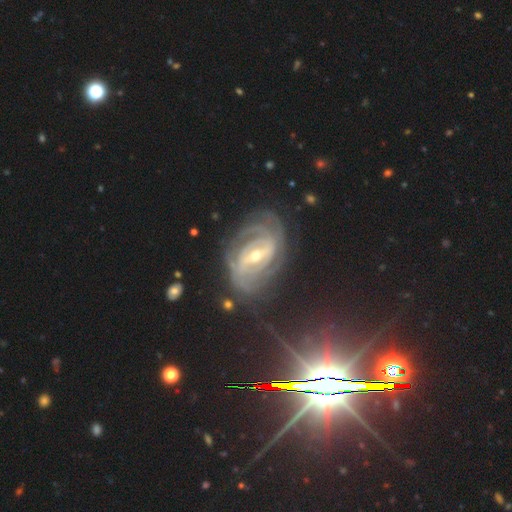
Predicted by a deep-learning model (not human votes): Smooth or featured? Predicted: featured or disk (p=0.85). Edge-on disk? Predicted: no (p=0.95). Bar? Predicted: strong (p=0.50). Spiral arms? Predicted: yes (p=0.96). Spiral winding? Predicted: tight (p=0.57). Spiral arm count? Predicted: 2 (p=0.33). Bulge size? Predicted: small (p=0.53). Merging? Predicted: none (p=0.70).